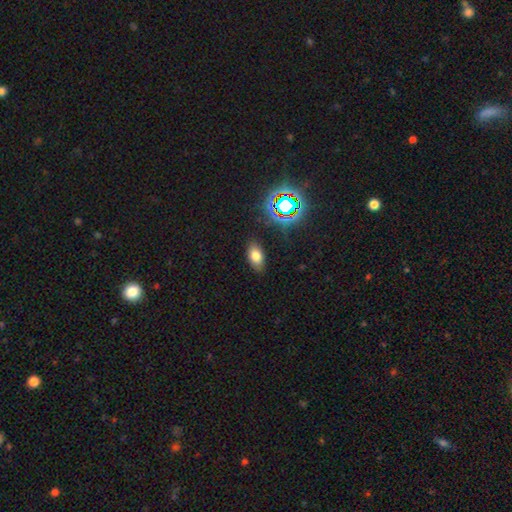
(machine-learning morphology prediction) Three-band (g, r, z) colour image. It shows a smooth galaxy with no disk features (73%) that is in between round and cigar-shaped (89%). Merging: none (85%).